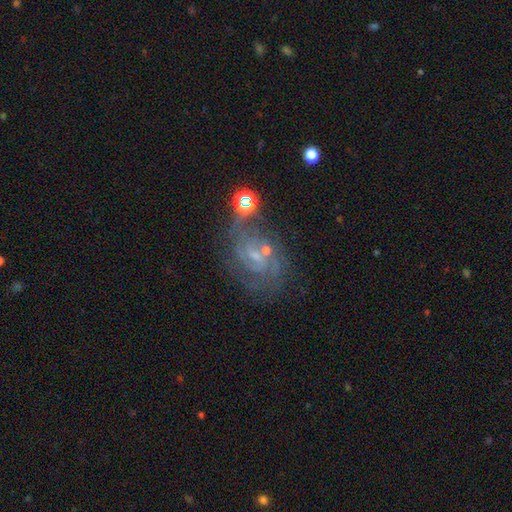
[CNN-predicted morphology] type=featured or disk (72%); edge-on=no (97%); bar=weak (51%); spiral arms=yes (89%); winding=medium (43%); arm count=2 (43%); bulge=small (65%); merging=none (56%).